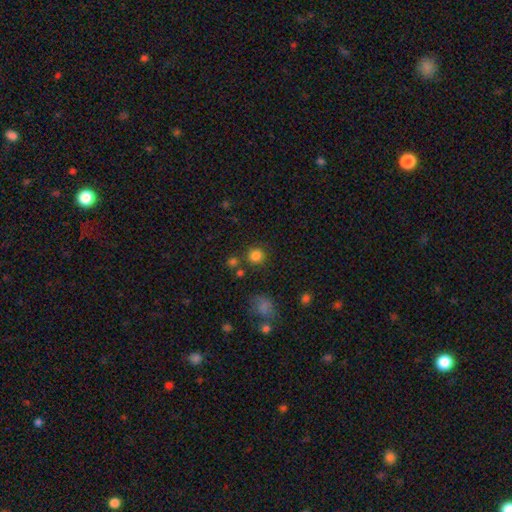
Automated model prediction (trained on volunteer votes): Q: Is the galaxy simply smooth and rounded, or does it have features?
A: smooth — 82%.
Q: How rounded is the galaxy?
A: round — 92%.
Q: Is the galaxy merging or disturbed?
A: none — 82%.